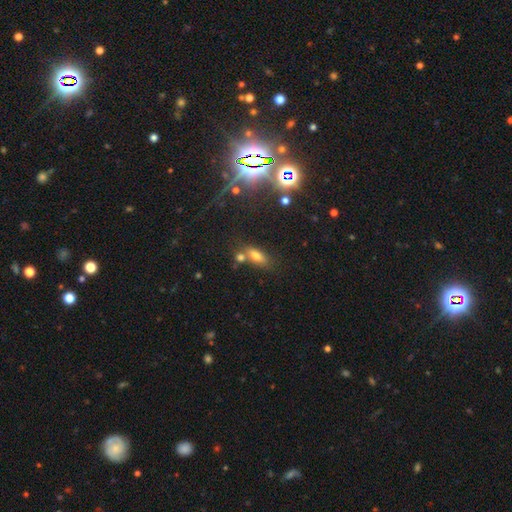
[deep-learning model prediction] The model was most divided on "merging": none: 56%, merger: 26%, minor disturbance: 13%, major disturbance: 5%. More confident: how rounded — in between (77%); smooth or featured — smooth (69%).